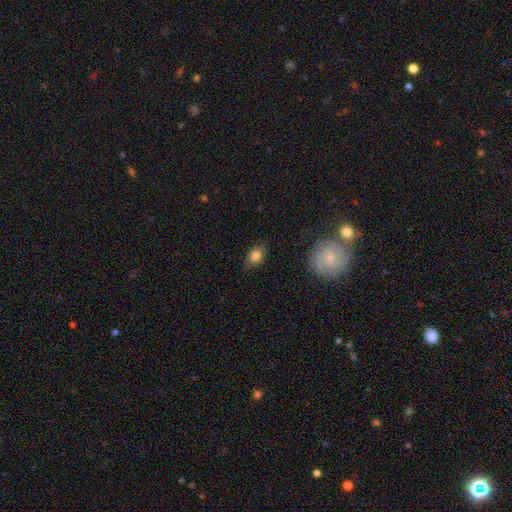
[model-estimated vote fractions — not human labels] smooth-or-featured: smooth: 81% | featured or disk: 9% | star or artifact: 9%
  how-rounded: in between: 75% | round: 23% | cigar-shaped: 2%
  merging: none: 81% | minor disturbance: 14% | major disturbance: 3% | merger: 1%